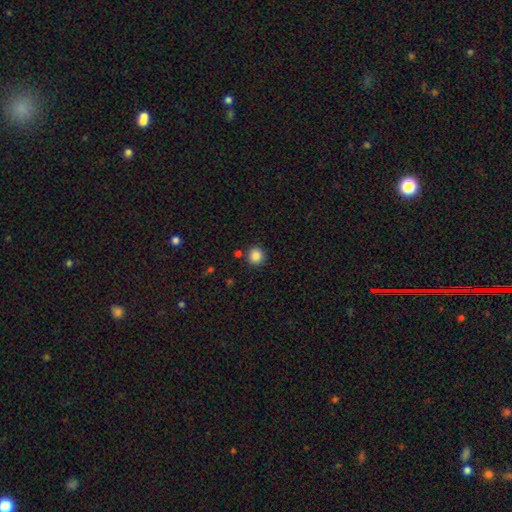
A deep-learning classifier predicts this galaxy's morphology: type=smooth (86%); roundness=round (94%); merging=none (87%).